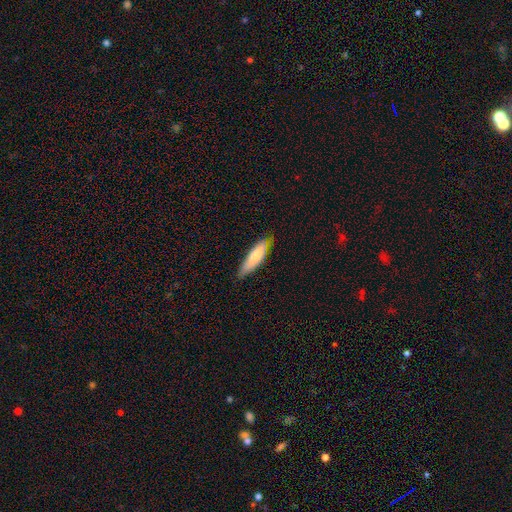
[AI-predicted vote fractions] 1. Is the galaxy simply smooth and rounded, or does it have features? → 76% smooth, 18% featured or disk, 5% star or artifact.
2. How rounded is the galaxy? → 62% cigar-shaped, 36% in between, 1% round.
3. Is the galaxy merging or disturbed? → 80% none, 17% minor disturbance, 2% major disturbance, 1% merger.